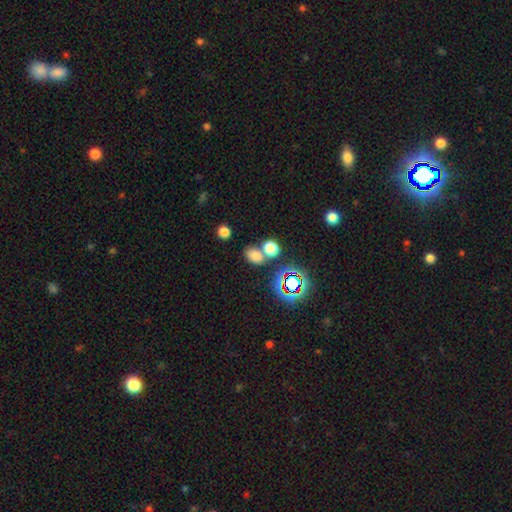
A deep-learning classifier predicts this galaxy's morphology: This is likely a smooth galaxy (72%). How rounded: likely in between (70%). Merging: possibly none (55%).